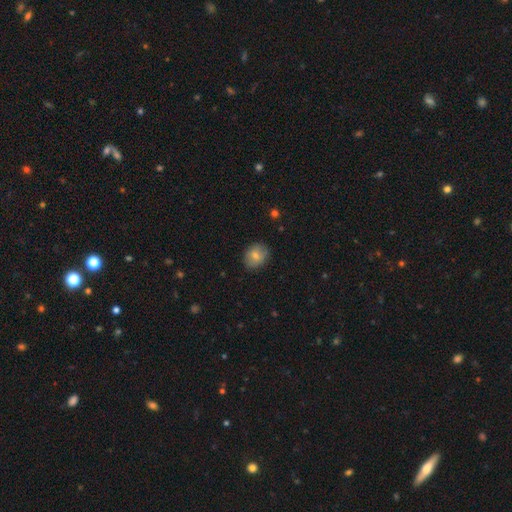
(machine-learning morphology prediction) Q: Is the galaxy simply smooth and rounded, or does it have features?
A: smooth — 78%.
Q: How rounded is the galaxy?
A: round — 52%.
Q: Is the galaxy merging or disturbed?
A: none — 83%.